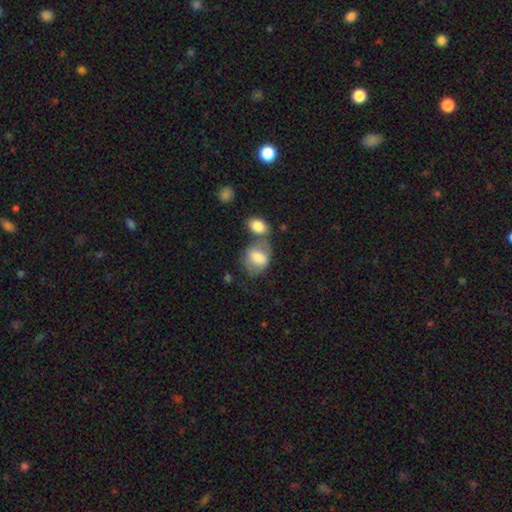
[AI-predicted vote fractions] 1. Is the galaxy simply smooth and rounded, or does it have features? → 66% smooth, 25% featured or disk, 9% star or artifact.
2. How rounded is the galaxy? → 55% in between, 43% round, 1% cigar-shaped.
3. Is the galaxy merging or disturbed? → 46% none, 32% merger, 15% minor disturbance, 7% major disturbance.